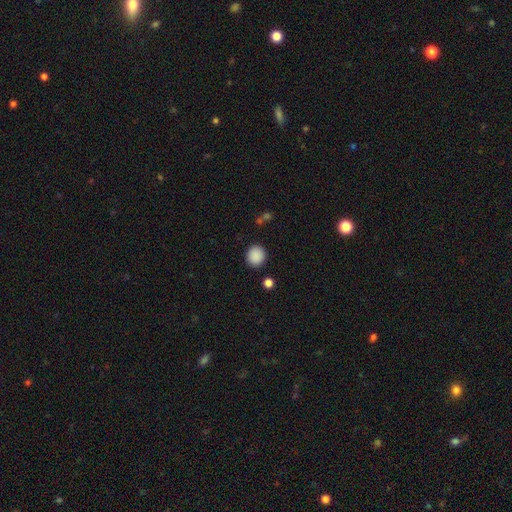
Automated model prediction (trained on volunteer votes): smooth 89%, star or artifact 9%, featured or disk 3%. Down the decision tree: how rounded — round (86%); merging — none (88%).